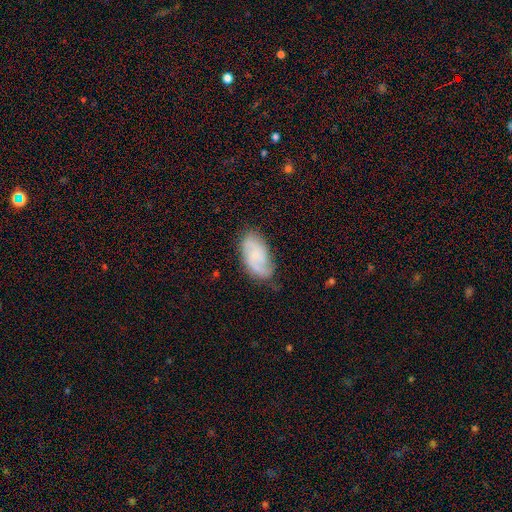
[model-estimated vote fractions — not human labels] This appears to be a featured or disk galaxy (58%) with no bar (65%), 2 (59%) medium (44%) spiral arms (91%) and a small central bulge (52%). Merging: none (69%).